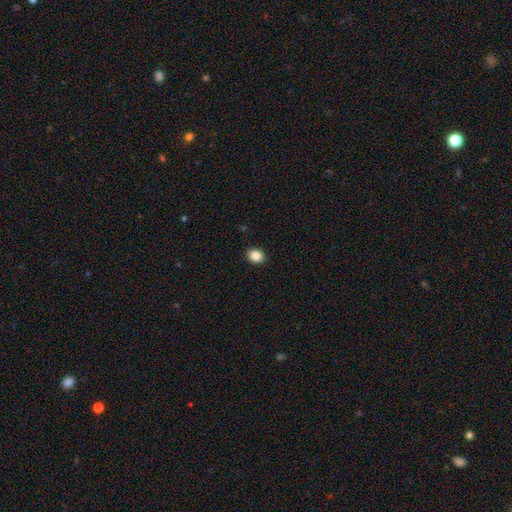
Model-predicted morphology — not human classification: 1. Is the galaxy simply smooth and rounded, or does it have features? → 86% smooth, 10% star or artifact, 4% featured or disk.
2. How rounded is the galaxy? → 56% round, 43% in between, 1% cigar-shaped.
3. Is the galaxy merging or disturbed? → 91% none, 7% minor disturbance, 2% major disturbance, 1% merger.